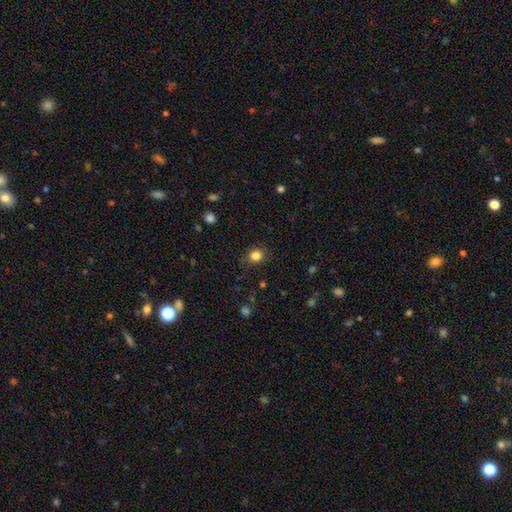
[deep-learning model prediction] This appears to be a smooth galaxy with no disk features (83%) that is round (72%). Merging: none (83%).